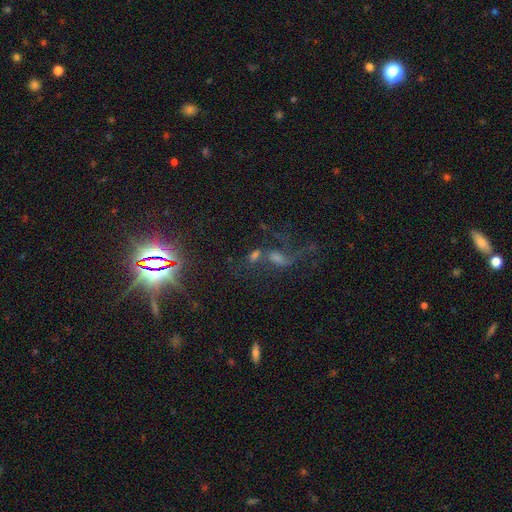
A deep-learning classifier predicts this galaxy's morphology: smooth-or-featured: star or artifact: 45% | featured or disk: 39% | smooth: 17%